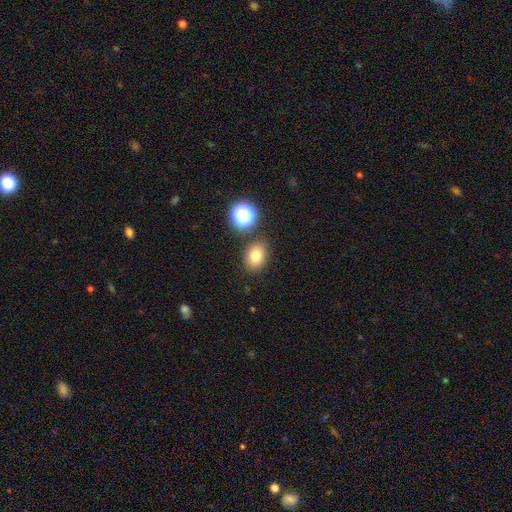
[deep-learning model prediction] A smooth galaxy with no disk features (79%) that is in between round and cigar-shaped (69%). Merging: none (80%).